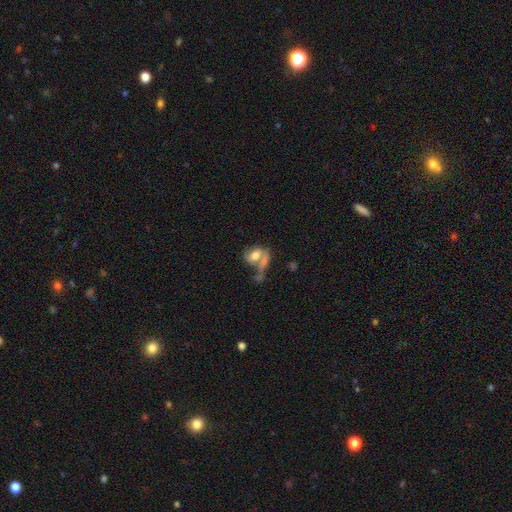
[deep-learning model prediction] smooth_or_featured: smooth (p=0.49) [alt: featured or disk p=0.42]
merging: merger (p=0.40) [alt: none p=0.26]